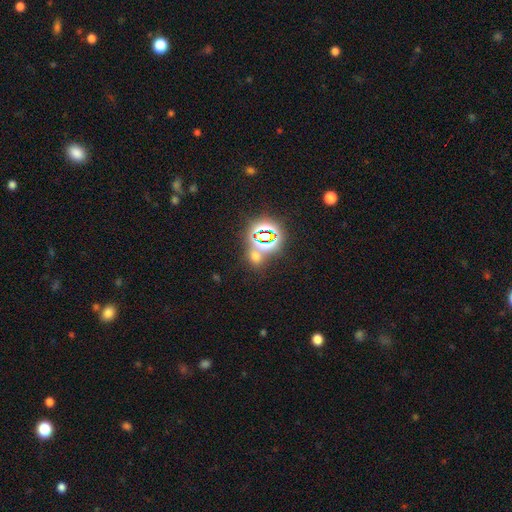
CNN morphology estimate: star or artifact 56%, smooth 36%, featured or disk 8%.